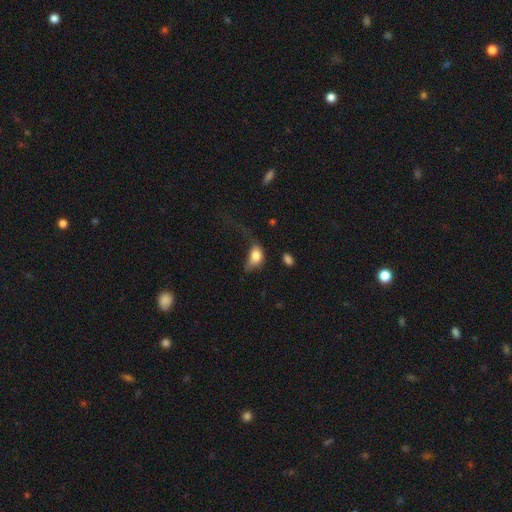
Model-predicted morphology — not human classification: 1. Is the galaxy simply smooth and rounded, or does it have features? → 75% smooth, 17% featured or disk, 9% star or artifact.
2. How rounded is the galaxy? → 77% in between, 20% round, 3% cigar-shaped.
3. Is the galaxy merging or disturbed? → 57% major disturbance, 21% minor disturbance, 16% none, 6% merger.